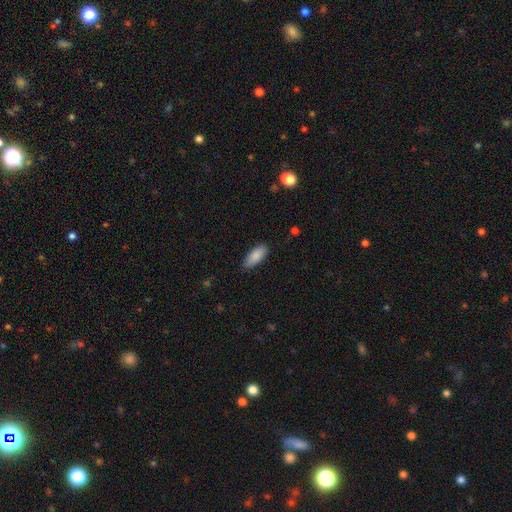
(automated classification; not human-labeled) The model was most divided on "merging": none: 81%, minor disturbance: 15%, major disturbance: 3%, merger: 1%. More confident: smooth or featured — smooth (87%); how rounded — in between (84%).